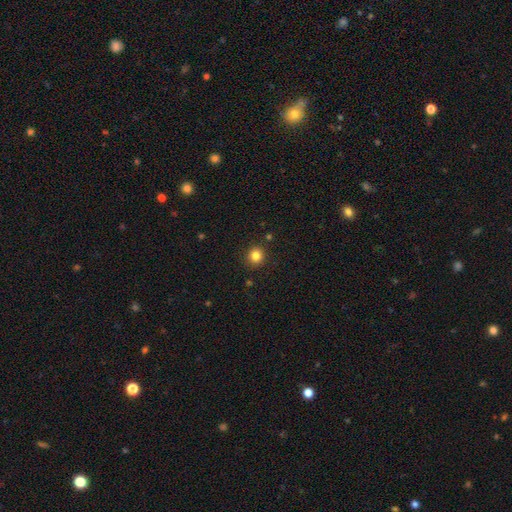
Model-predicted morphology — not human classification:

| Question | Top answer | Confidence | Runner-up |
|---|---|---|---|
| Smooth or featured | smooth | 82% | star or artifact (12%) |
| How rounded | round | 90% | in between (9%) |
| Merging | none | 90% | minor disturbance (6%) |